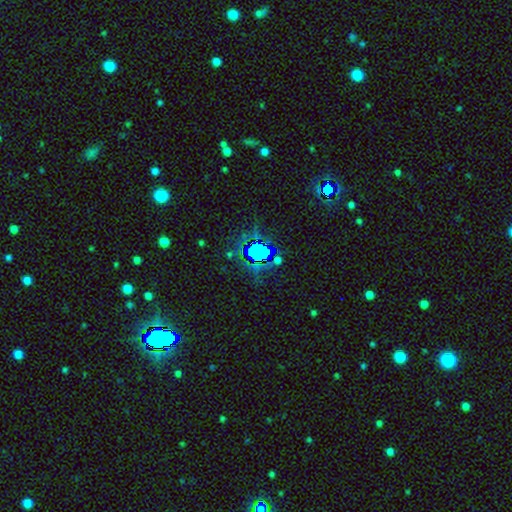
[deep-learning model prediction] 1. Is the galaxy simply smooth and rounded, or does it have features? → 65% star or artifact, 23% smooth, 12% featured or disk.